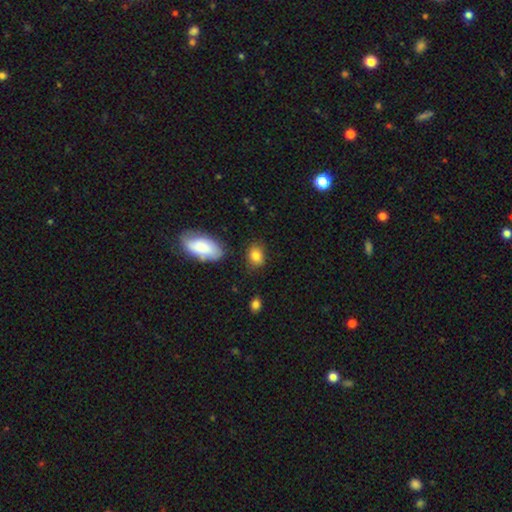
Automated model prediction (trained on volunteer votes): This appears to be a smooth galaxy with no disk features (83%) that is in between round and cigar-shaped (69%). Merging: none (76%).